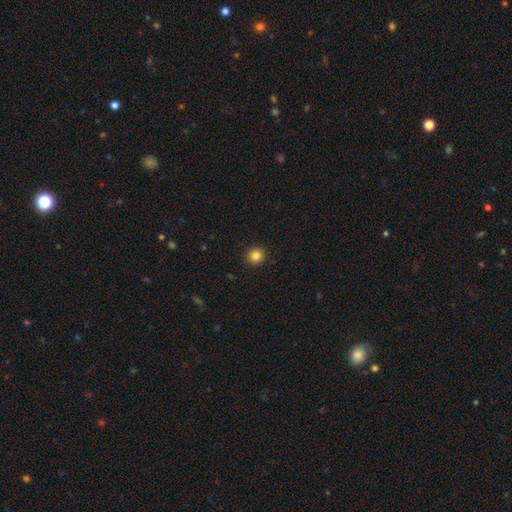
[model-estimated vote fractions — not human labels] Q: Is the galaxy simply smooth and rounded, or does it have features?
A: smooth — 84%.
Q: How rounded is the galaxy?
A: round — 87%.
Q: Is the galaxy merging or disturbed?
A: none — 92%.